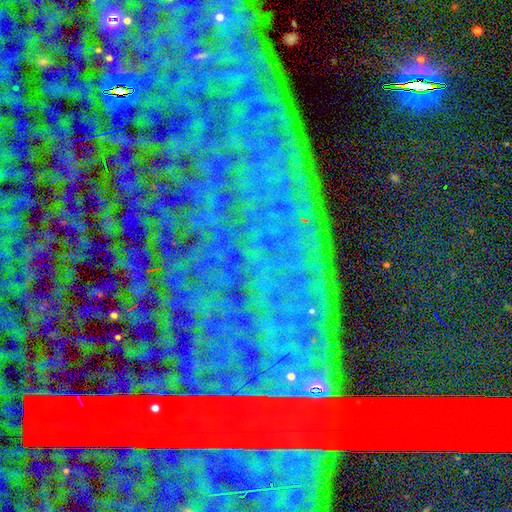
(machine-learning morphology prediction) Smooth or featured? star or artifact (86%)